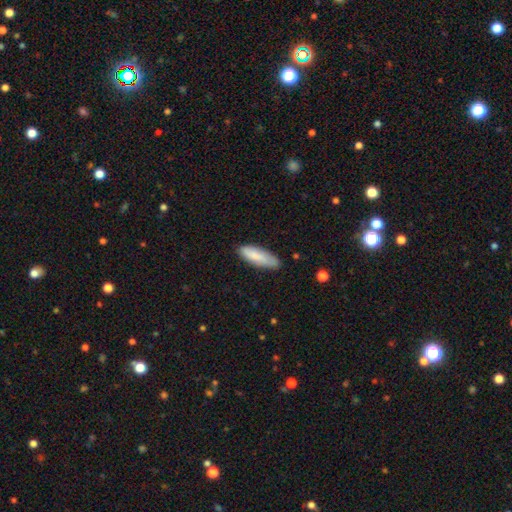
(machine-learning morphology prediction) smooth-or-featured: smooth: 82% | featured or disk: 12% | star or artifact: 6%
  how-rounded: in between: 52% | cigar-shaped: 47% | round: 1%
  merging: none: 74% | minor disturbance: 21% | major disturbance: 4% | merger: 2%